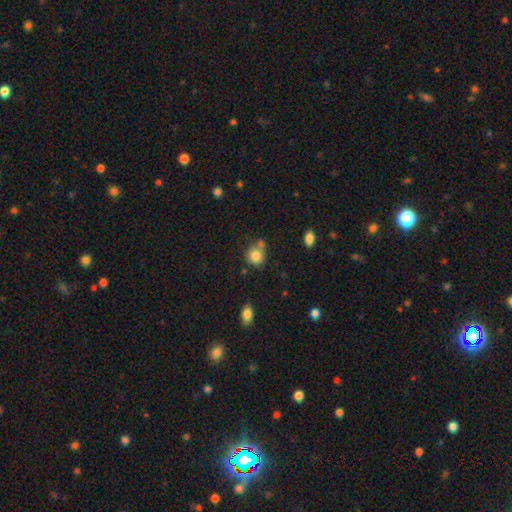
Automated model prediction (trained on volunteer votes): This appears to be a smooth galaxy with no disk features (82%) that is round (83%). Merging: none (61%).